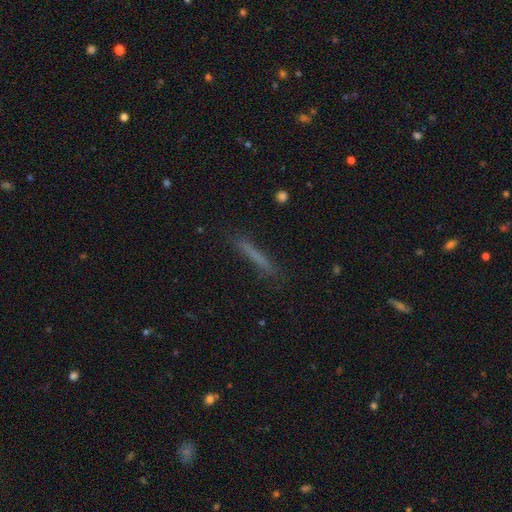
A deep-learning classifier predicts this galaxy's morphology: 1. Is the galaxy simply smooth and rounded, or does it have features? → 66% smooth, 25% featured or disk, 9% star or artifact.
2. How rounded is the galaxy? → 95% cigar-shaped, 3% in between, 2% round.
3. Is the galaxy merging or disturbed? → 85% none, 11% minor disturbance, 3% major disturbance, 1% merger.